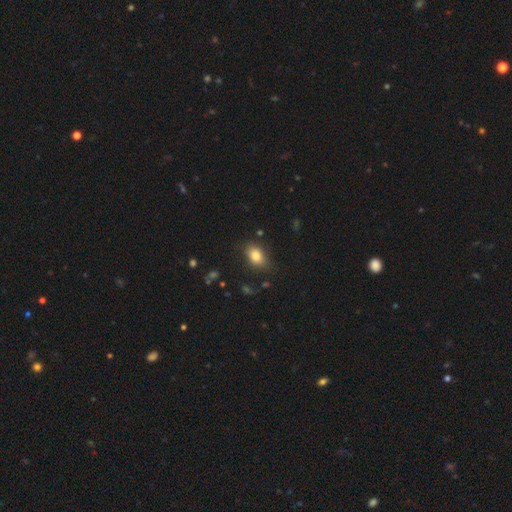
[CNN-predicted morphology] This is clearly a smooth galaxy (84%). How rounded: clearly in between (83%). Merging: likely none (77%).